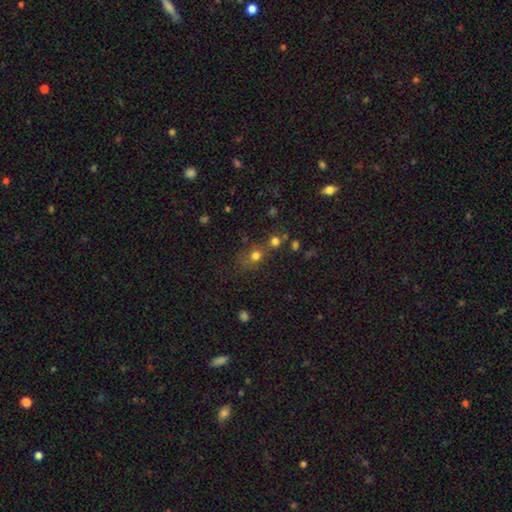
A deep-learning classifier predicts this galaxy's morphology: Smooth or featured? smooth (70%)
How rounded? round (77%)
Merging? none (53%)